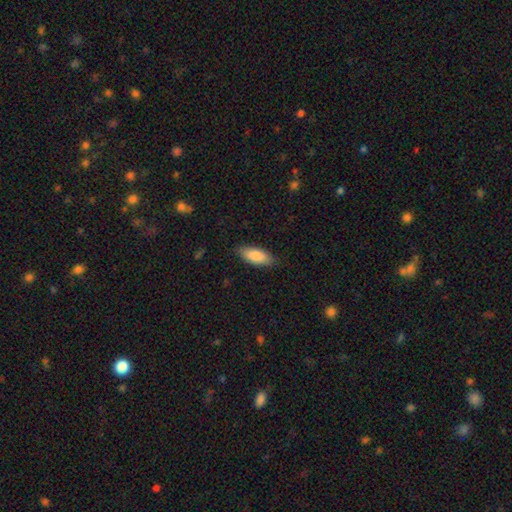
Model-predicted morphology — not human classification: smooth_or_featured: smooth (p=0.85) [alt: featured or disk p=0.09]
how_rounded: in between (p=0.78) [alt: cigar-shaped p=0.20]
merging: none (p=0.85) [alt: minor disturbance p=0.12]